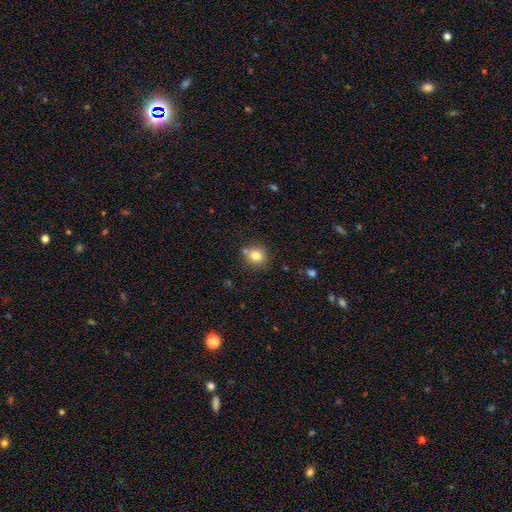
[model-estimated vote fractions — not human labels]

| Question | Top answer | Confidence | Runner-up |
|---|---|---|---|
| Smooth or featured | smooth | 80% | star or artifact (11%) |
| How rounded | round | 87% | in between (12%) |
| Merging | none | 75% | merger (12%) |